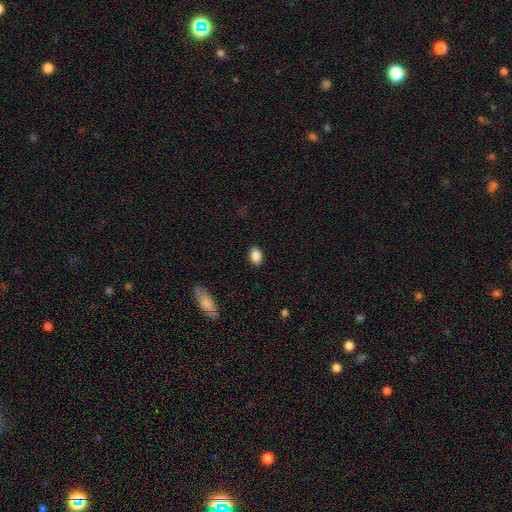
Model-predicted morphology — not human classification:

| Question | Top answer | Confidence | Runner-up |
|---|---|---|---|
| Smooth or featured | smooth | 88% | star or artifact (8%) |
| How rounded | in between | 81% | round (17%) |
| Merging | none | 89% | minor disturbance (8%) |